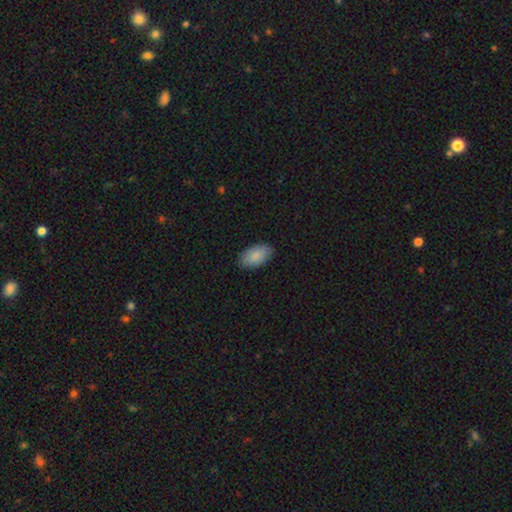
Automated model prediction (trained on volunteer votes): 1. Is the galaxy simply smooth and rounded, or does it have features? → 88% smooth, 6% featured or disk, 6% star or artifact.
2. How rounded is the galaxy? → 95% in between, 3% round, 2% cigar-shaped.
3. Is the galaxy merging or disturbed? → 87% none, 10% minor disturbance, 2% major disturbance, 1% merger.